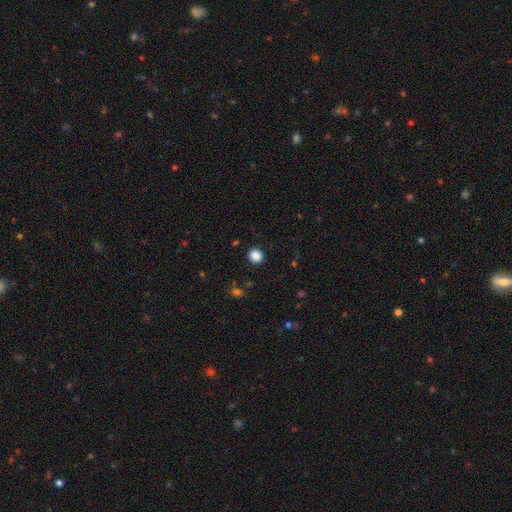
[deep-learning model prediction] Smooth or featured?
  - smooth: 86% *
  - star or artifact: 11%
  - featured or disk: 3%
How rounded?
  - round: 90% *
  - in between: 9%
  - cigar-shaped: 1%
Merging?
  - none: 92% *
  - minor disturbance: 5%
  - major disturbance: 2%
  - merger: 1%